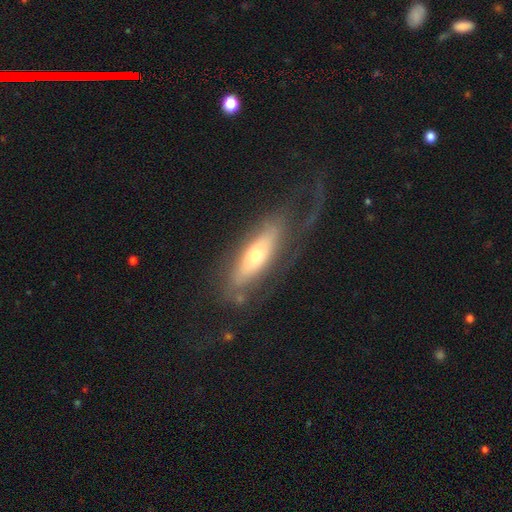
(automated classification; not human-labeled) Smooth or featured?
  - featured or disk: 57% *
  - smooth: 36%
  - star or artifact: 6%
Edge-on disk?
  - no: 65% *
  - yes: 35%
Merging?
  - none: 44% *
  - major disturbance: 33%
  - minor disturbance: 20%
  - merger: 3%